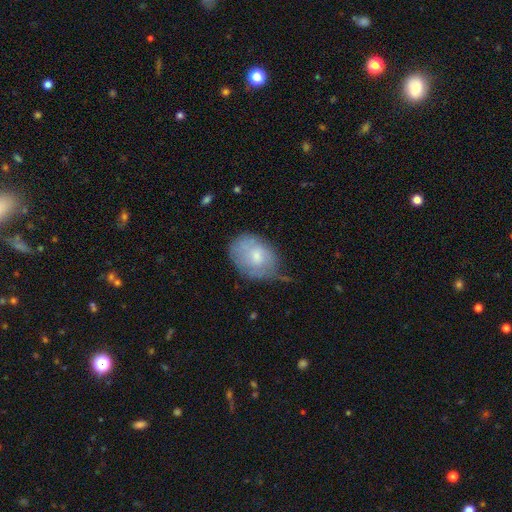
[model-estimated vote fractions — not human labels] A smooth galaxy with no disk features (64%) that is in between round and cigar-shaped (77%). Merging: none (43%).